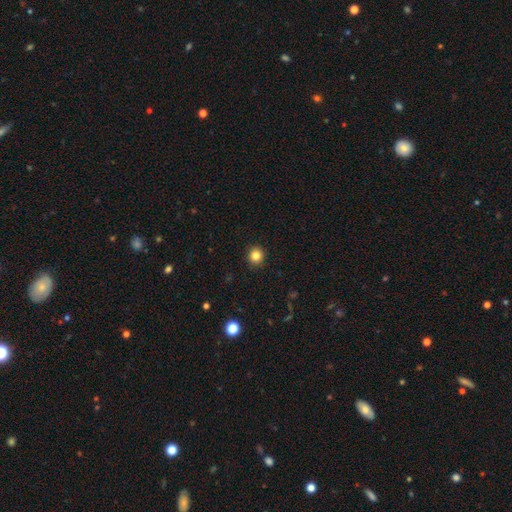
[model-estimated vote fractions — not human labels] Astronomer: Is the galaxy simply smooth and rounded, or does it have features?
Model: smooth — 84%.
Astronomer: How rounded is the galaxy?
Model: round — 91%.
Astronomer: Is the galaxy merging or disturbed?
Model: none — 92%.